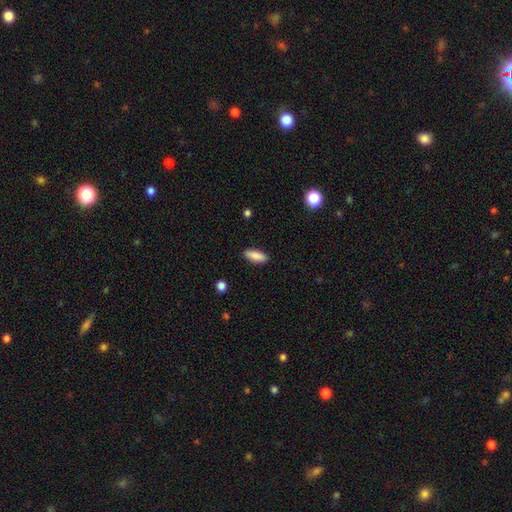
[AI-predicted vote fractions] Smooth or featured: smooth — 88% (star or artifact — 6%)
How rounded: in between — 75% (cigar-shaped — 23%)
Merging: none — 89% (minor disturbance — 8%)